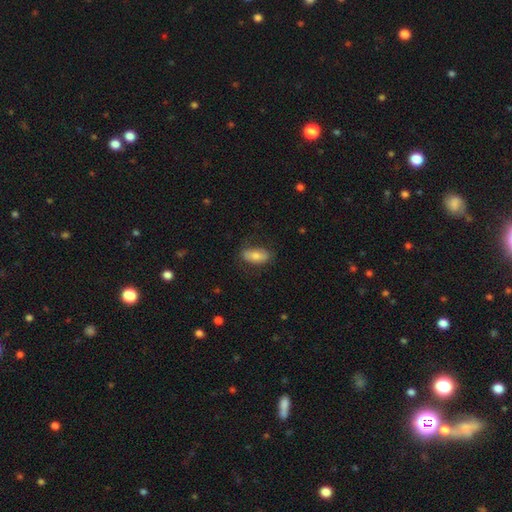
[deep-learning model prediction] Smooth or featured?
  - smooth: 73% *
  - featured or disk: 20%
  - star or artifact: 7%
How rounded?
  - in between: 87% *
  - cigar-shaped: 9%
  - round: 4%
Merging?
  - none: 76% *
  - minor disturbance: 17%
  - major disturbance: 6%
  - merger: 1%